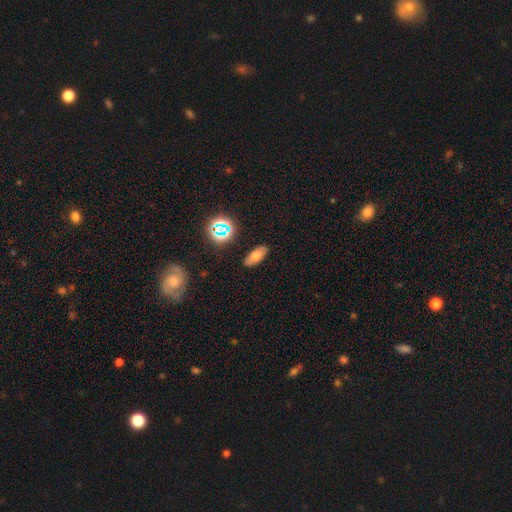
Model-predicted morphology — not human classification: Smooth or featured: smooth — 65% (featured or disk — 20%)
How rounded: in between — 80% (cigar-shaped — 15%)
Merging: none — 86% (minor disturbance — 10%)